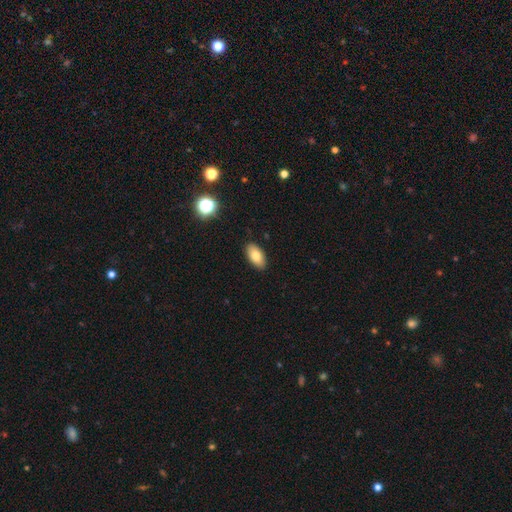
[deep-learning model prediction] Smooth or featured? smooth (82%)
How rounded? in between (93%)
Merging? none (89%)